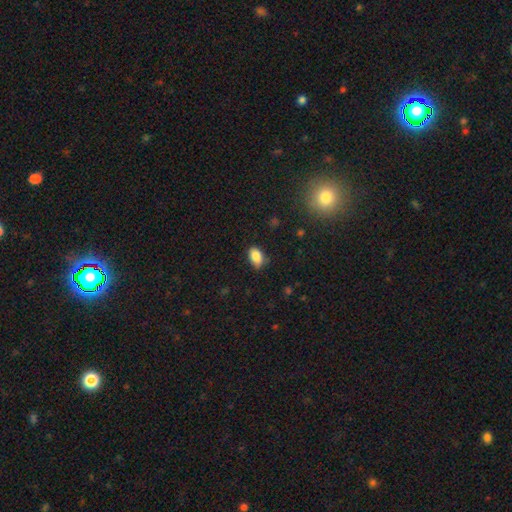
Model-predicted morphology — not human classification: A smooth galaxy with no disk features (86%) that is in between round and cigar-shaped (89%). Merging: none (74%).